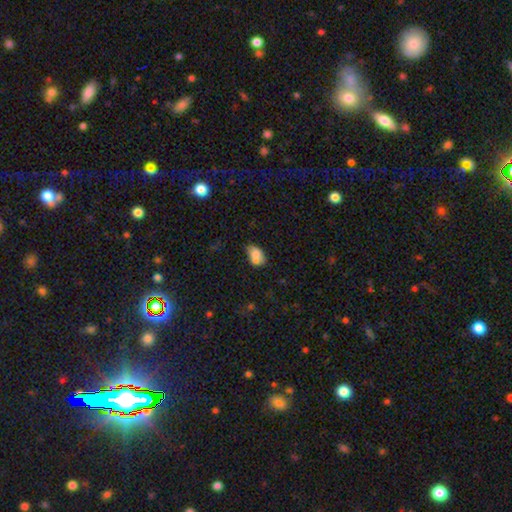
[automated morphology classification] smooth_or_featured: smooth (p=0.77) [alt: featured or disk p=0.14]
how_rounded: in between (p=0.84) [alt: round p=0.15]
merging: none (p=0.41) [alt: merger p=0.30]